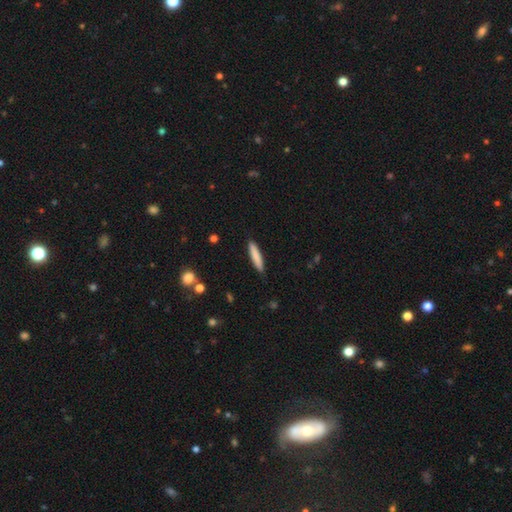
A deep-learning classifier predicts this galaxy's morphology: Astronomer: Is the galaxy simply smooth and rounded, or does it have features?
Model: smooth — 82%.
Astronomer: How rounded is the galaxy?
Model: cigar-shaped — 90%.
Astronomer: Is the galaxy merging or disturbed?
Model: none — 89%.